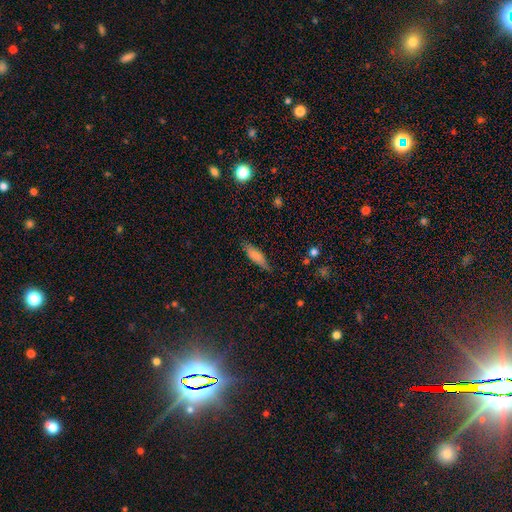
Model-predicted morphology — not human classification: This is likely a smooth galaxy (76%). How rounded: possibly cigar-shaped (55%). Merging: likely none (77%).